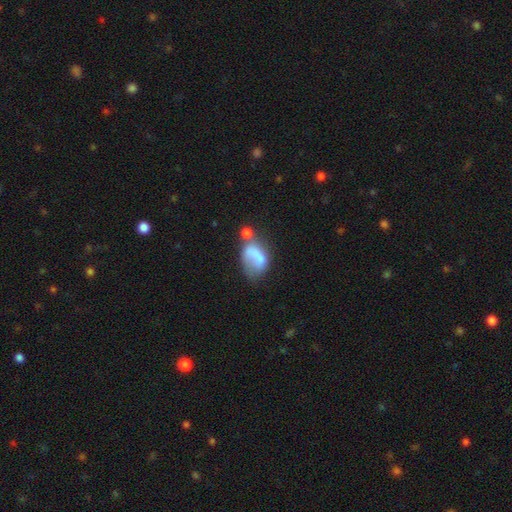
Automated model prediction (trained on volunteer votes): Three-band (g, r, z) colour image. It shows a smooth galaxy with no disk features (63%) that is in between round and cigar-shaped (81%). Merging: major disturbance (32%).